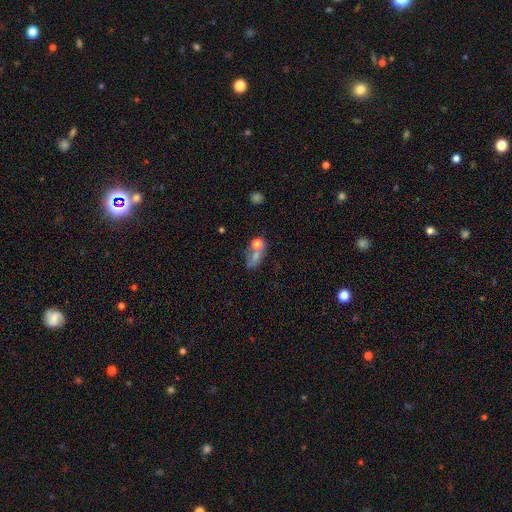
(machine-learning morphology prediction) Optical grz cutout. It shows a smooth galaxy with no disk features (62%) that is in between round and cigar-shaped (61%). Merging: merger (39%).